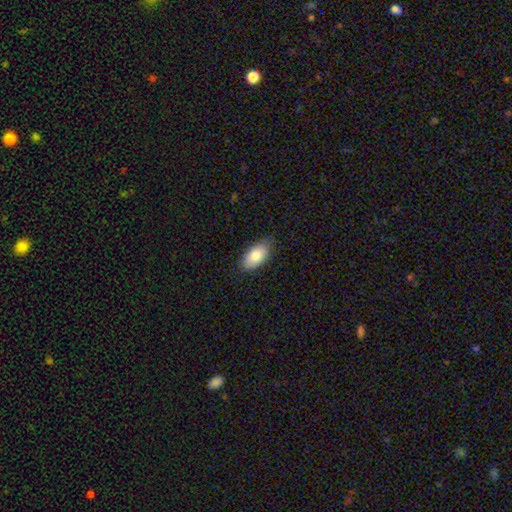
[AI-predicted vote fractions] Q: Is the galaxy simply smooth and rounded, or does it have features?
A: smooth — 82%.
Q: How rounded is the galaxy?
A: in between — 94%.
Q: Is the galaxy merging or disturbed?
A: none — 80%.